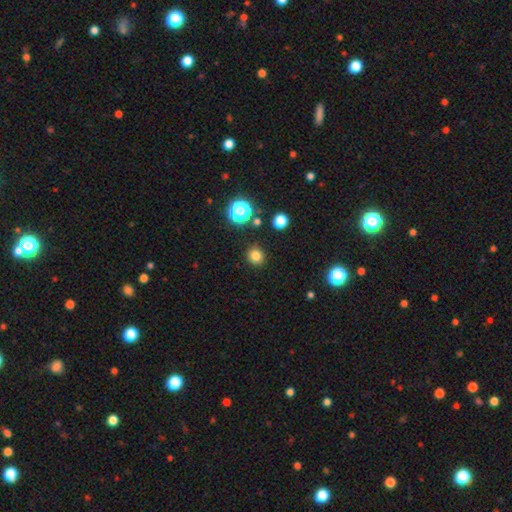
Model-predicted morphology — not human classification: Smooth or featured?
  - smooth: 80% *
  - star or artifact: 15%
  - featured or disk: 5%
How rounded?
  - round: 89% *
  - in between: 10%
  - cigar-shaped: 1%
Merging?
  - none: 89% *
  - minor disturbance: 6%
  - major disturbance: 2%
  - merger: 2%